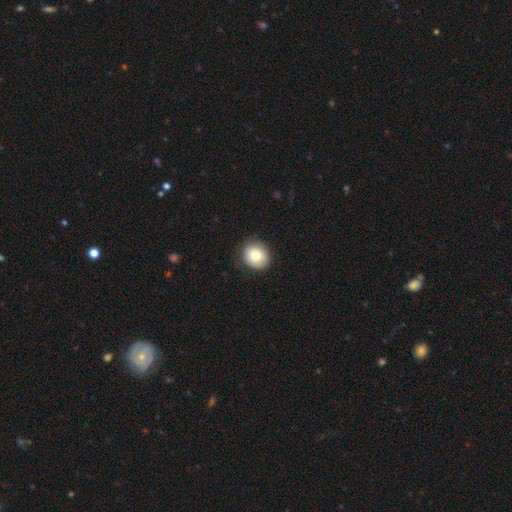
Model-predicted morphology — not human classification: Smooth or featured?
  - smooth: 81% *
  - featured or disk: 11%
  - star or artifact: 8%
How rounded?
  - round: 75% *
  - in between: 24%
  - cigar-shaped: 1%
Merging?
  - none: 86% *
  - minor disturbance: 10%
  - major disturbance: 2%
  - merger: 1%